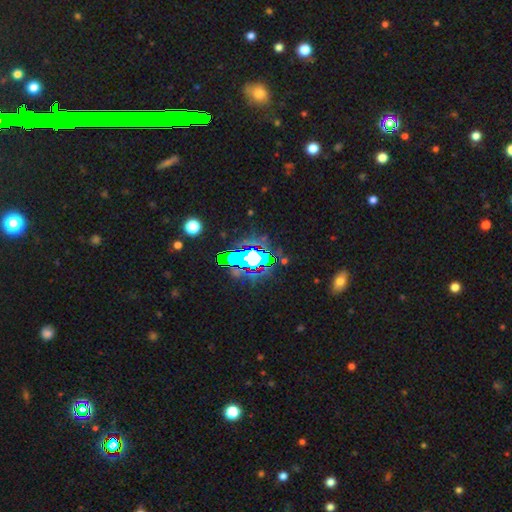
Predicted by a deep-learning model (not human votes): Overall: star or artifact (60%; featured or disk 21%).